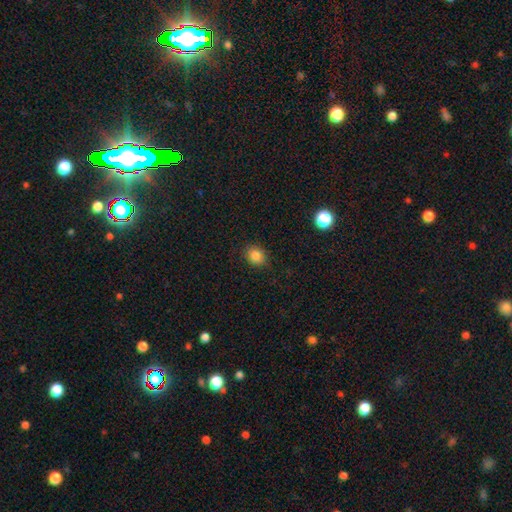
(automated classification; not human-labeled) Q: Smooth or featured?
A: smooth (84%); runner-up: star or artifact (11%)
Q: How rounded?
A: round (61%); runner-up: in between (38%)
Q: Merging?
A: none (87%); runner-up: minor disturbance (10%)